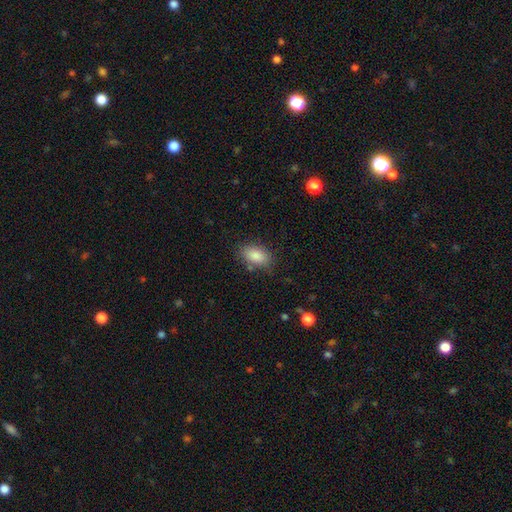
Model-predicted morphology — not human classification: Q: Smooth or featured?
A: smooth (86%); runner-up: star or artifact (7%)
Q: How rounded?
A: in between (90%); runner-up: round (8%)
Q: Merging?
A: none (78%); runner-up: minor disturbance (15%)